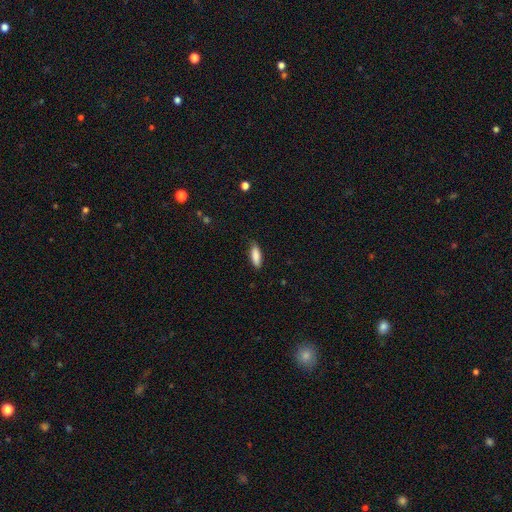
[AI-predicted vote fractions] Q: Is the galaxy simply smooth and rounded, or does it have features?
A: smooth — 87%.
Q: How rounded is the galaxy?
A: in between — 58%.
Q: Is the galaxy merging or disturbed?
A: none — 82%.